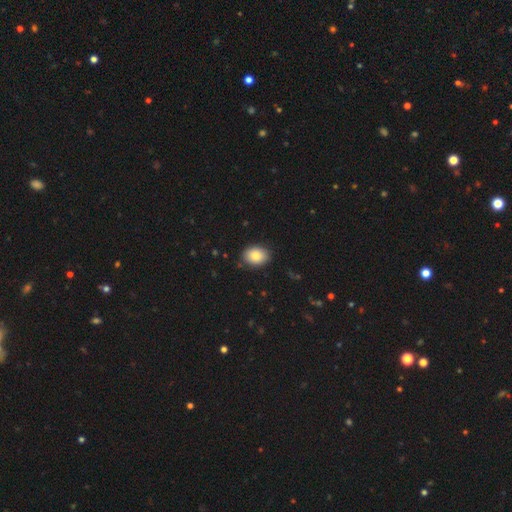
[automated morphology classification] Smooth or featured? smooth (85%)
How rounded? in between (71%)
Merging? none (86%)